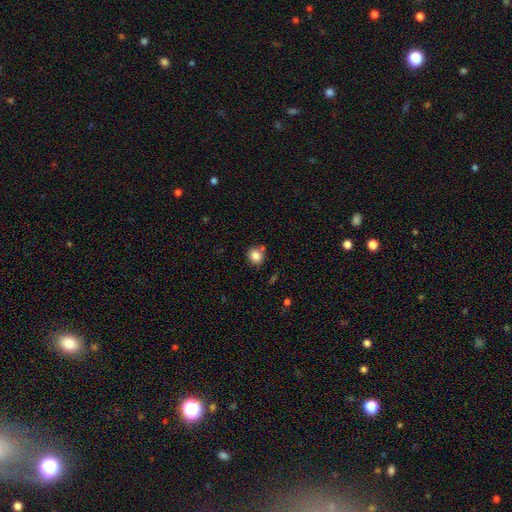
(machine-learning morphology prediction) This appears to be a smooth galaxy with no disk features (83%) that is round (84%). Merging: none (73%).